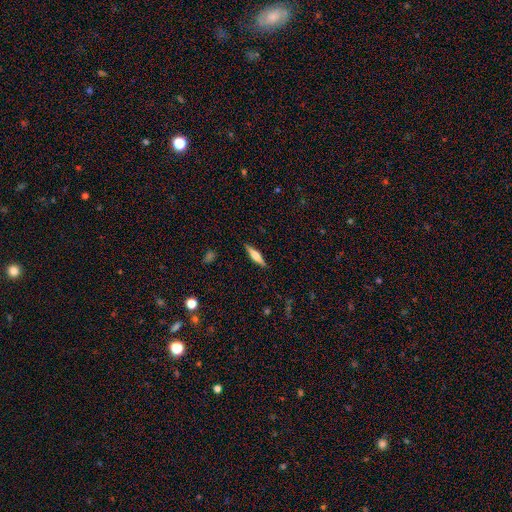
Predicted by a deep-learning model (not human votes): Smooth or featured? featured or disk (51%)
Edge-on disk? yes (96%)
Merging? none (89%)